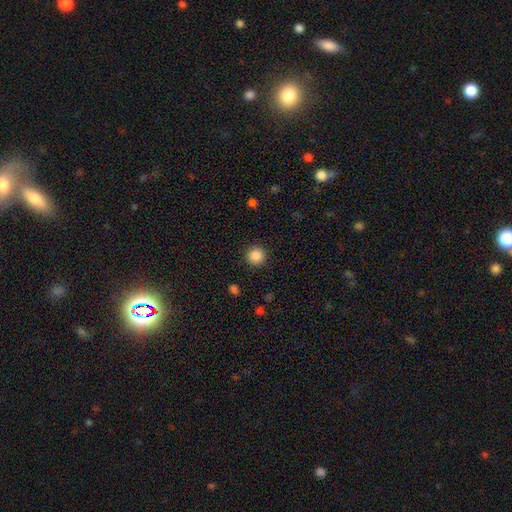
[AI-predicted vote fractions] smooth 87%, star or artifact 10%, featured or disk 3%. Down the decision tree: how rounded — round (95%); merging — none (91%).